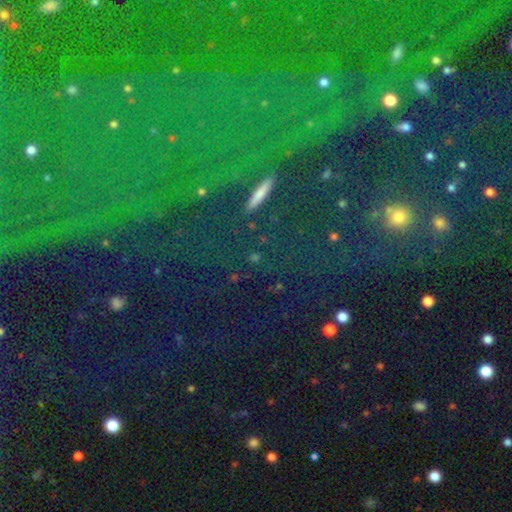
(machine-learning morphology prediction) smooth-or-featured: star or artifact: 80% | smooth: 11% | featured or disk: 8%